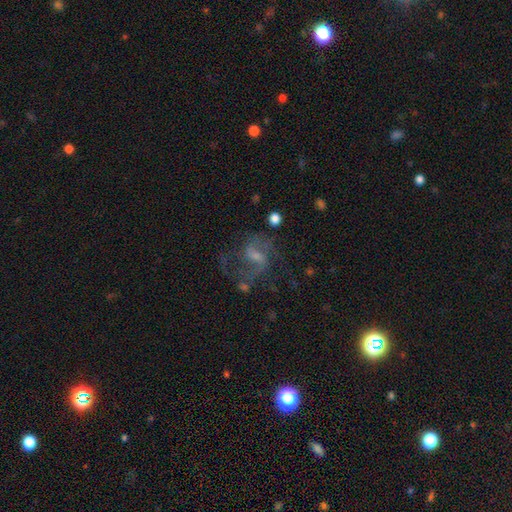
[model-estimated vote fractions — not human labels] Smooth or featured?
  - featured or disk: 74% *
  - smooth: 16%
  - star or artifact: 11%
Edge-on disk?
  - no: 97% *
  - yes: 3%
Bar?
  - weak: 56% *
  - no: 26%
  - strong: 19%
Spiral arms?
  - yes: 86% *
  - no: 14%
Spiral winding?
  - medium: 46% *
  - loose: 43%
  - tight: 11%
Spiral arm count?
  - 2: 74% *
  - can't tell: 10%
  - 1: 8%
  - 3: 4%
  - 4: 2%
  - more than 4: 2%
Bulge size?
  - small: 41% *
  - moderate: 33%
  - none: 19%
  - large: 5%
  - dominant: 1%
Merging?
  - none: 48% *
  - major disturbance: 29%
  - minor disturbance: 18%
  - merger: 6%